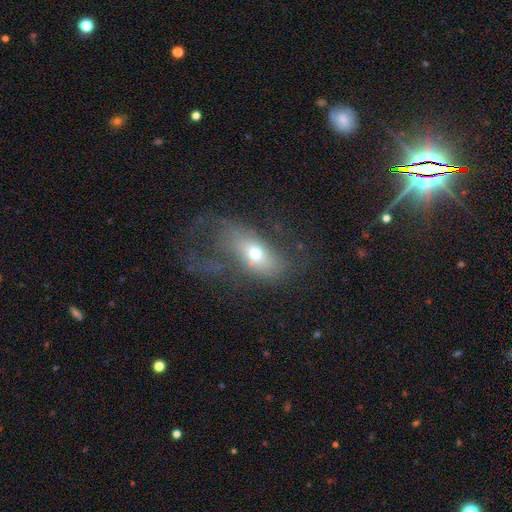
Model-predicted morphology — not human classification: A smooth galaxy with no disk features (49%).

Vote fractions:
- Smooth or featured? smooth: 49% / featured or disk: 40% / star or artifact: 11%
- Merging? major disturbance: 46% / none: 31% / minor disturbance: 20% / merger: 3%